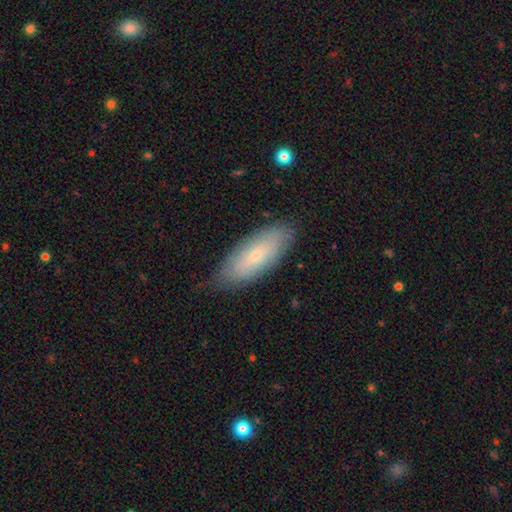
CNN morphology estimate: smooth-or-featured: smooth: 62% | featured or disk: 31% | star or artifact: 7%
  how-rounded: in between: 74% | cigar-shaped: 24% | round: 2%
  merging: none: 80% | minor disturbance: 16% | major disturbance: 3% | merger: 1%